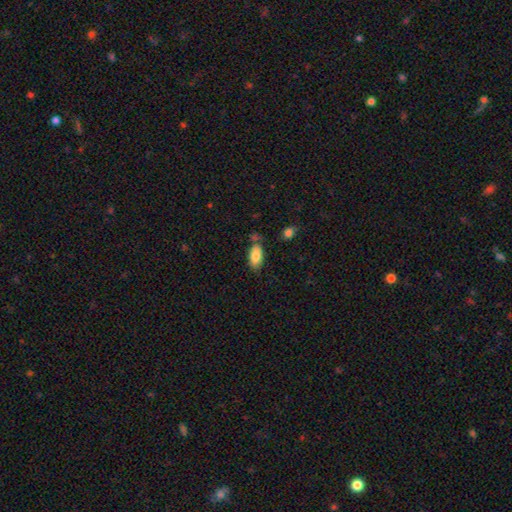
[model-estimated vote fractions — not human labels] Overall: smooth (84%). How rounded: in between (91%). Merging: none (71%).